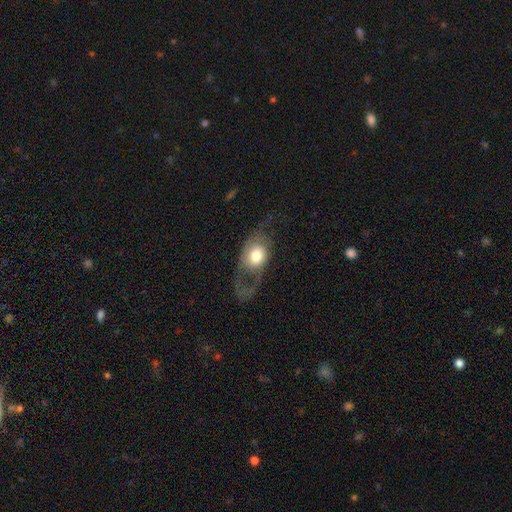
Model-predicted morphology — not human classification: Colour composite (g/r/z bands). It shows a featured or disk galaxy (47%). Merging: none (40%, tied with major disturbance).